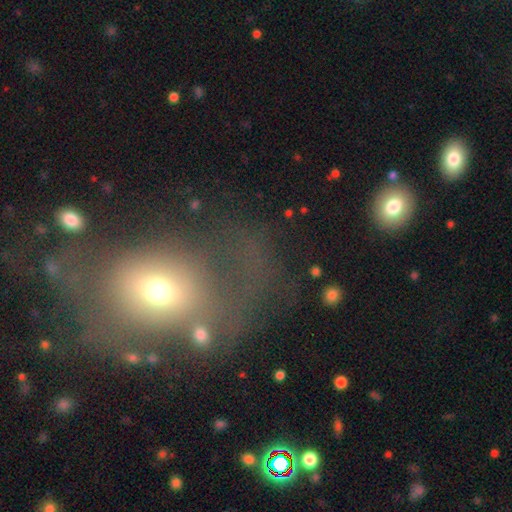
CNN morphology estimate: Q: Smooth or featured?
A: smooth (53%); runner-up: featured or disk (27%)
Q: How rounded?
A: round (49%); tied with: in between (49%)
Q: Merging?
A: none (49%); runner-up: major disturbance (27%)